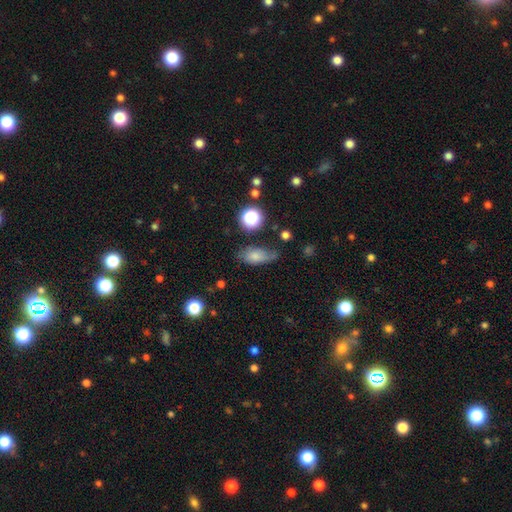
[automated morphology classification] A smooth galaxy with no disk features (69%) that is in between round and cigar-shaped (82%).

Vote fractions:
- Smooth or featured? smooth: 69% / featured or disk: 18% / star or artifact: 13%
- How rounded? in between: 82% / cigar-shaped: 10% / round: 9%
- Merging? none: 54% / minor disturbance: 31% / major disturbance: 11% / merger: 4%